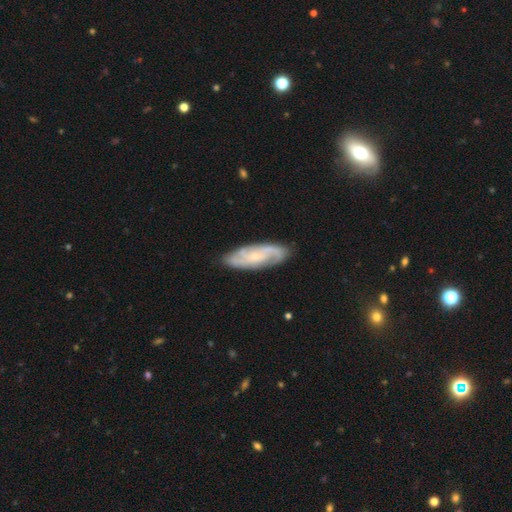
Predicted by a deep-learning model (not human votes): Smooth or featured?
  - featured or disk: 75% *
  - smooth: 19%
  - star or artifact: 6%
Edge-on disk?
  - no: 88% *
  - yes: 12%
Bar?
  - no: 64% *
  - weak: 29%
  - strong: 6%
Spiral arms?
  - yes: 93% *
  - no: 7%
Spiral winding?
  - tight: 44% *
  - medium: 42%
  - loose: 14%
Spiral arm count?
  - 2: 51% *
  - can't tell: 26%
  - 3: 14%
  - 4: 4%
  - 1: 3%
  - more than 4: 3%
Bulge size?
  - small: 72% *
  - moderate: 22%
  - none: 4%
  - large: 1%
  - dominant: 1%
Merging?
  - none: 80% *
  - minor disturbance: 15%
  - major disturbance: 3%
  - merger: 1%